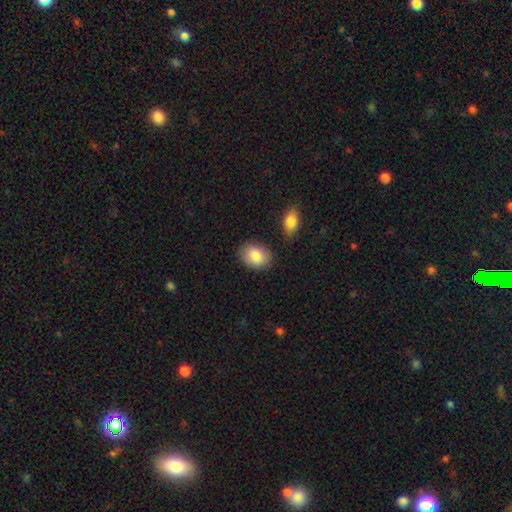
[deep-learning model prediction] Morphology: type=smooth (85%); roundness=in between (72%); merging=none (81%).